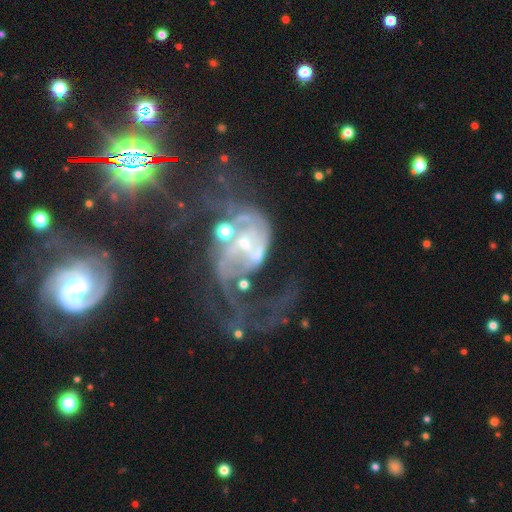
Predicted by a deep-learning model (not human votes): Smooth or featured: featured or disk — 76% (star or artifact — 12%)
Edge-on disk: no — 97% (yes — 3%)
Bar: no — 51% (weak — 31%)
Spiral arms: yes — 74% (no — 26%)
Spiral winding: loose — 44% (medium — 36%)
Spiral arm count: 2 — 46% (can't tell — 26%)
Bulge size: small — 52% (moderate — 30%)
Merging: major disturbance — 42% (merger — 27%)